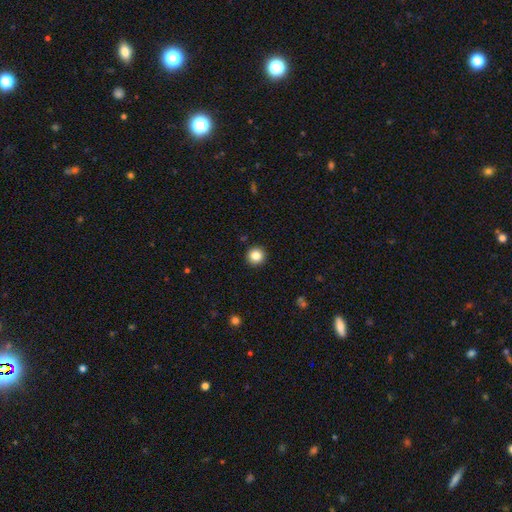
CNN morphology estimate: Smooth or featured? smooth (85%)
How rounded? round (95%)
Merging? none (93%)